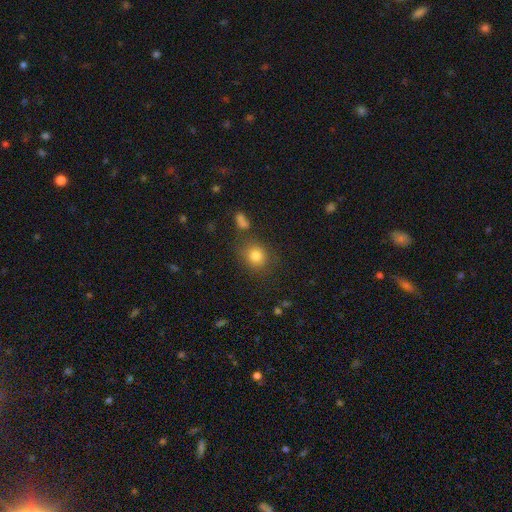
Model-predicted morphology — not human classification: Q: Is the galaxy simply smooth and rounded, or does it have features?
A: smooth — 81%.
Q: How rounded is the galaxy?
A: round — 77%.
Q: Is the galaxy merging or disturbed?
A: none — 78%.